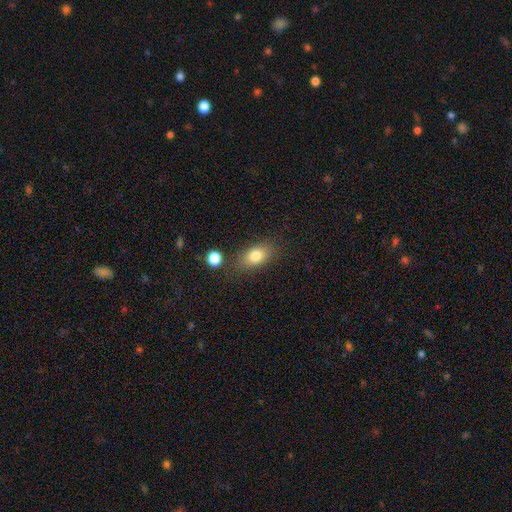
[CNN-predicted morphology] Smooth or featured?
  - smooth: 81% *
  - featured or disk: 11%
  - star or artifact: 9%
How rounded?
  - in between: 85% *
  - round: 12%
  - cigar-shaped: 3%
Merging?
  - none: 75% *
  - minor disturbance: 14%
  - merger: 6%
  - major disturbance: 5%